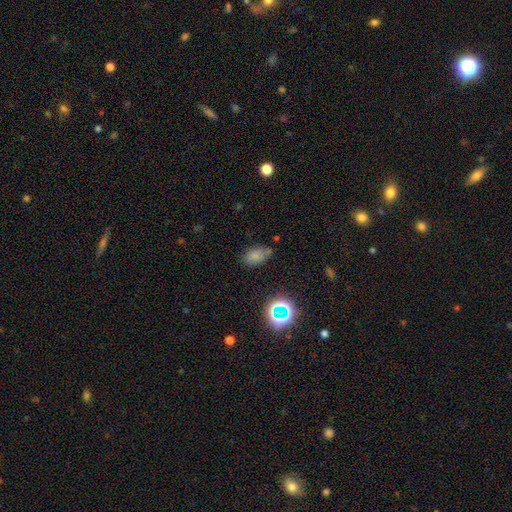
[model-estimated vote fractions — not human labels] Smooth or featured: smooth — 72% (star or artifact — 20%)
How rounded: in between — 88% (round — 10%)
Merging: none — 63% (minor disturbance — 25%)